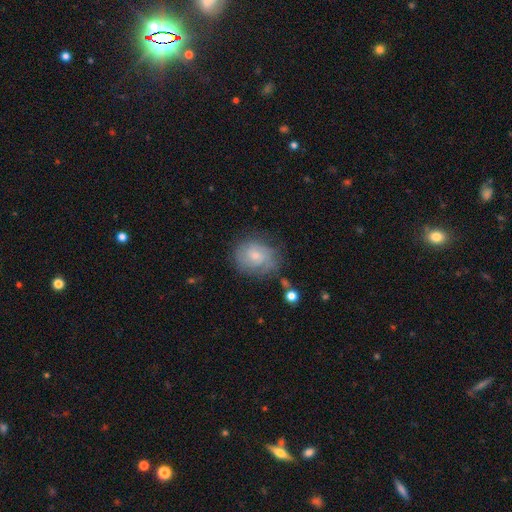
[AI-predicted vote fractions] A smooth galaxy with no disk features (47%).

Vote fractions:
- Smooth or featured? smooth: 47% / featured or disk: 45% / star or artifact: 8%
- Merging? none: 60% / minor disturbance: 25% / major disturbance: 11% / merger: 3%